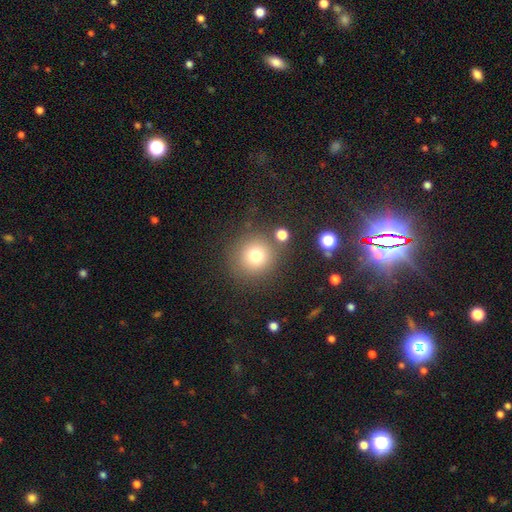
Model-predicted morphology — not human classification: Smooth or featured? smooth (75%)
How rounded? round (93%)
Merging? none (79%)